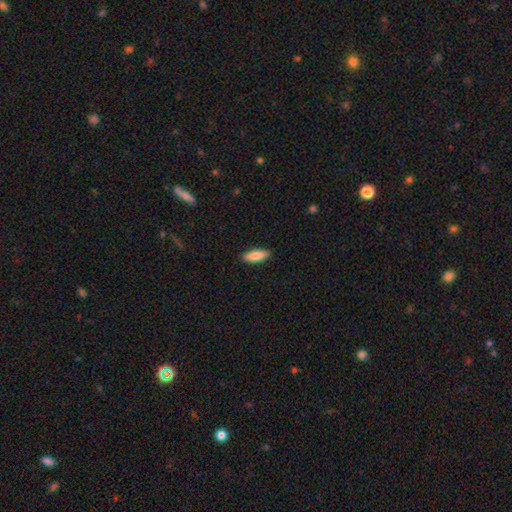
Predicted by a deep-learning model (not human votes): Overall: smooth (86%). How rounded: in between (63%; cigar-shaped 36%). Merging: none (90%).